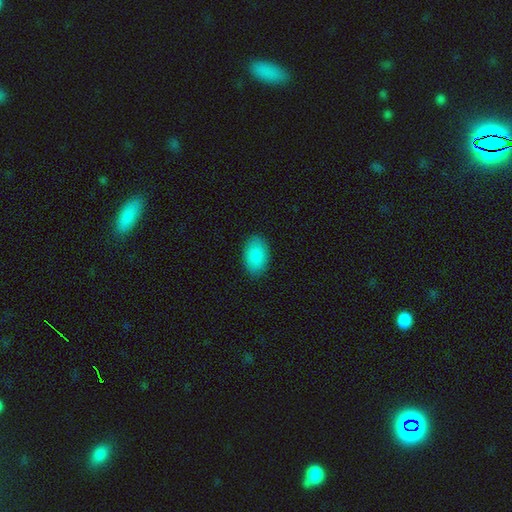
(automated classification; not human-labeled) A smooth galaxy with no disk features (90%) that is in between round and cigar-shaped (92%).

Vote fractions:
- Smooth or featured? smooth: 90% / star or artifact: 6% / featured or disk: 4%
- How rounded? in between: 92% / round: 7% / cigar-shaped: 1%
- Merging? none: 88% / minor disturbance: 9% / major disturbance: 2% / merger: 1%